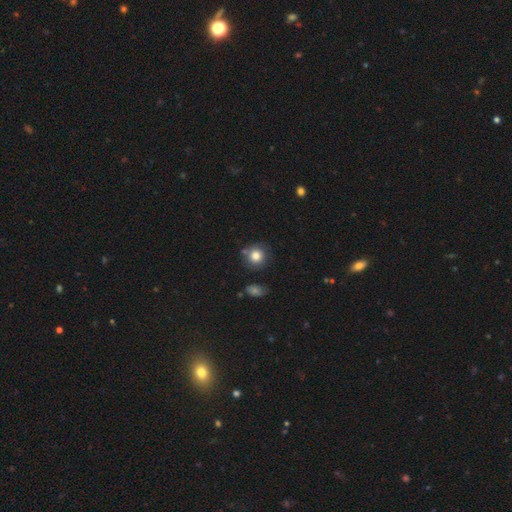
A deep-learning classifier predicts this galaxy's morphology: type=smooth (80%); roundness=round (90%); merging=none (73%).